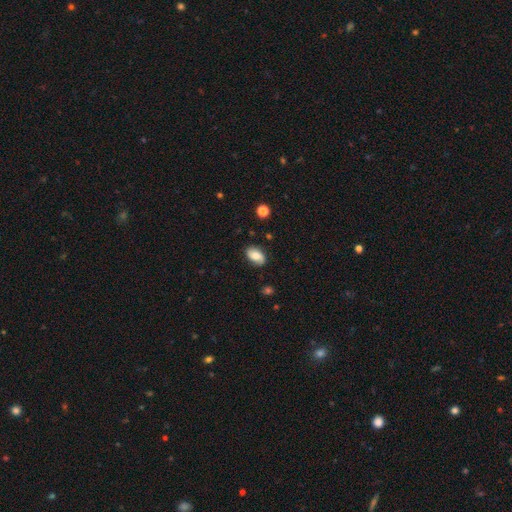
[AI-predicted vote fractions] Smooth or featured? Predicted: smooth (p=0.64). How rounded? Predicted: in between (p=0.90). Merging? Predicted: none (p=0.79).